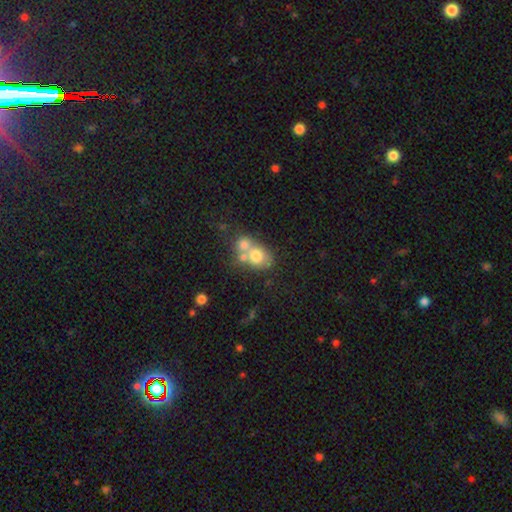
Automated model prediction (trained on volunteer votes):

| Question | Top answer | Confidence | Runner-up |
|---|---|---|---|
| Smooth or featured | smooth | 65% | featured or disk (24%) |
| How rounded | round | 59% | in between (40%) |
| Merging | merger | 61% | none (26%) |